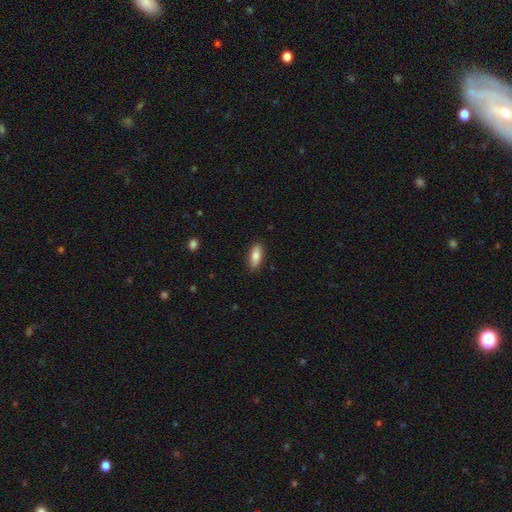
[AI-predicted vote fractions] Morphology: type=smooth (81%); roundness=in between (74%); merging=none (87%).